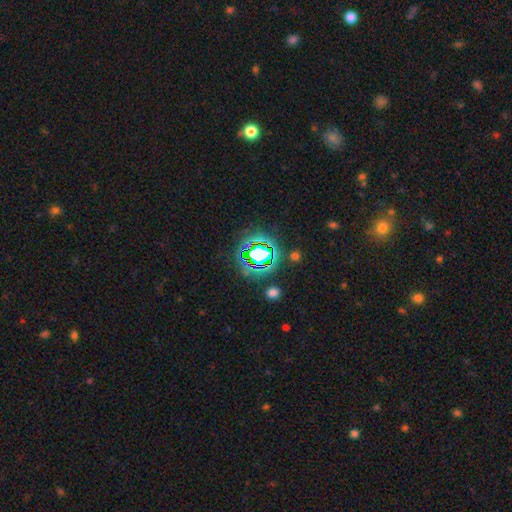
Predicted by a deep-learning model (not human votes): The model was most divided on "smooth or featured": star or artifact: 67%, smooth: 21%, featured or disk: 12%.